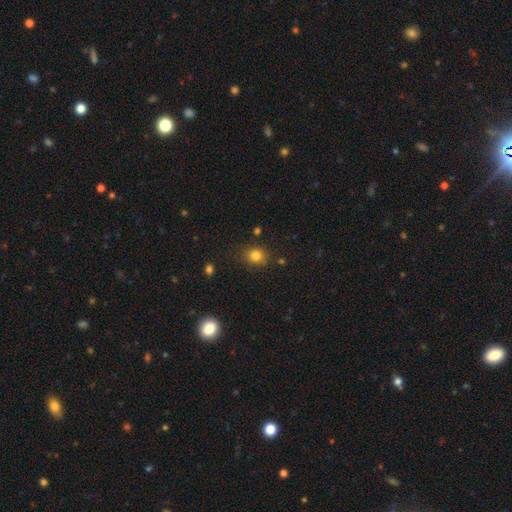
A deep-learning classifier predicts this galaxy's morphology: This is clearly a smooth galaxy (82%). How rounded: likely round (70%). Merging: clearly none (81%).